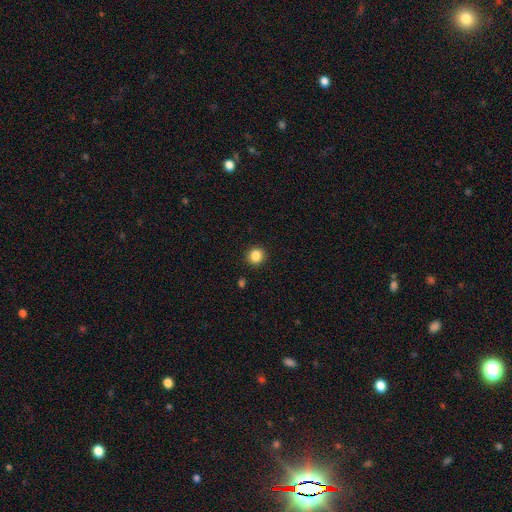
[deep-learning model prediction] Smooth or featured? smooth (85%)
How rounded? round (89%)
Merging? none (91%)